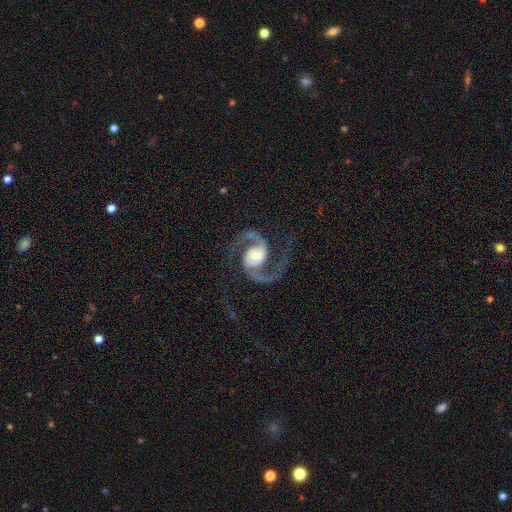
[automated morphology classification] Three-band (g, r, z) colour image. It shows a featured or disk galaxy (93%) with no bar (50%), 2 (95%) medium (57%) spiral arms (98%) and a moderate central bulge (45%). Merging: none (79%).